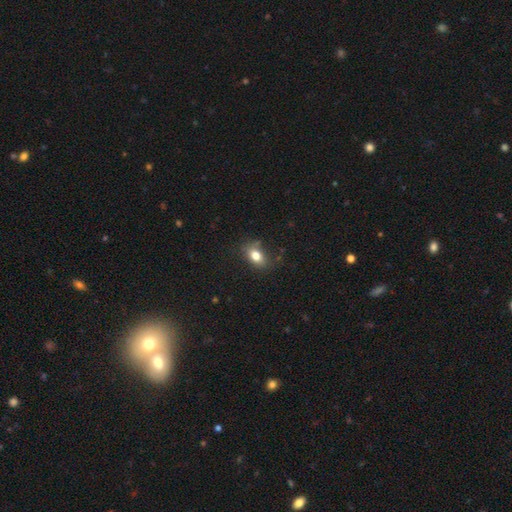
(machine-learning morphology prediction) Q: Smooth or featured?
A: smooth (79%); runner-up: featured or disk (11%)
Q: How rounded?
A: in between (79%); runner-up: round (18%)
Q: Merging?
A: none (72%); runner-up: minor disturbance (20%)